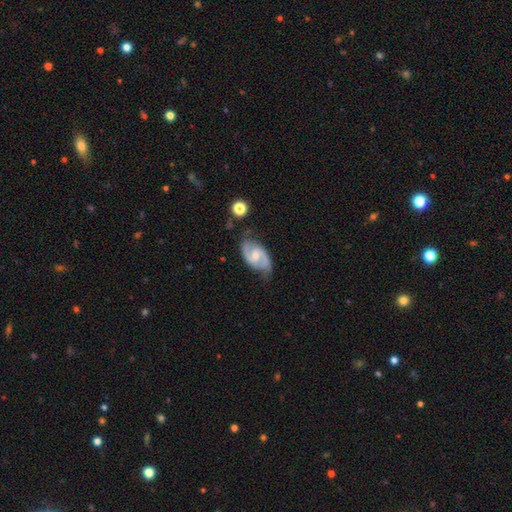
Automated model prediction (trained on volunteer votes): The model was most divided on "bulge size": moderate: 51%, small: 41%, none: 4%, large: 2%, dominant: 1%. More confident: edge-on disk — no (97%); spiral arms — yes (97%); spiral arm count — 2 (93%); smooth or featured — featured or disk (87%); merging — none (75%); spiral winding — medium (56%); bar — weak (51%).